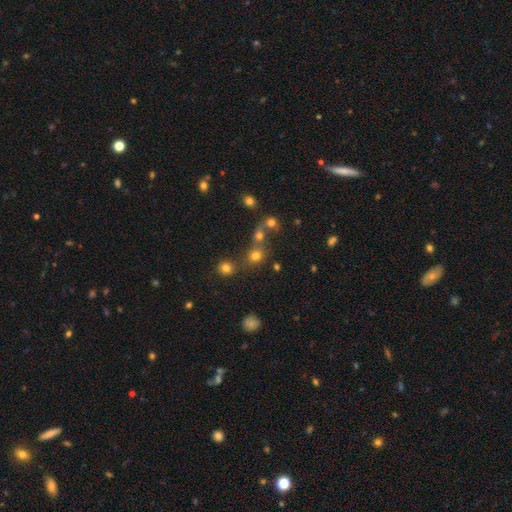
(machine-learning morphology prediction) smooth-or-featured: smooth: 72% | star or artifact: 19% | featured or disk: 9%
  how-rounded: round: 82% | in between: 16% | cigar-shaped: 1%
  merging: none: 53% | merger: 34% | minor disturbance: 8% | major disturbance: 5%